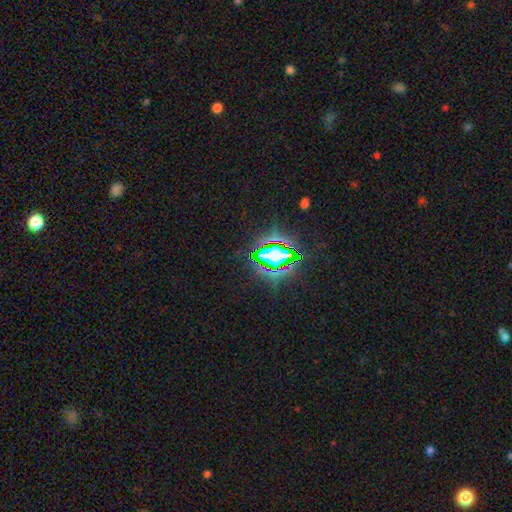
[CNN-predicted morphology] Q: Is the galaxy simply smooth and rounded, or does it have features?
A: star or artifact — 72%.